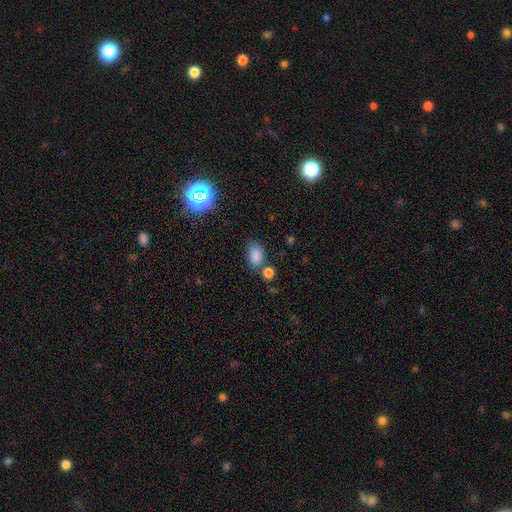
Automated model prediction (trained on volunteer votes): smooth 82%, star or artifact 12%, featured or disk 6%. Down the decision tree: how rounded — in between (84%); merging — none (62%).